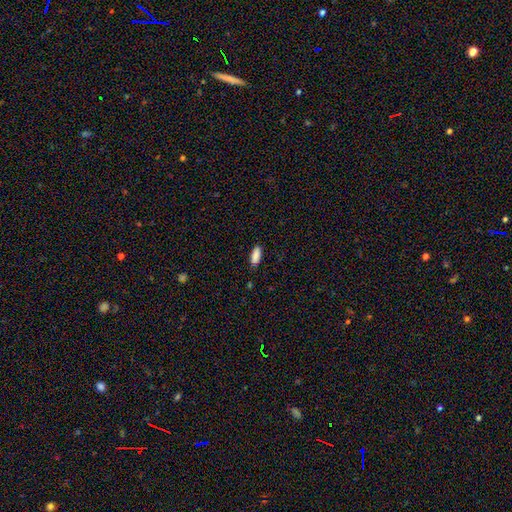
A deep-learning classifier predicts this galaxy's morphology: This appears to be a smooth galaxy with no disk features (88%) that is in between round and cigar-shaped (73%). Merging: none (86%).